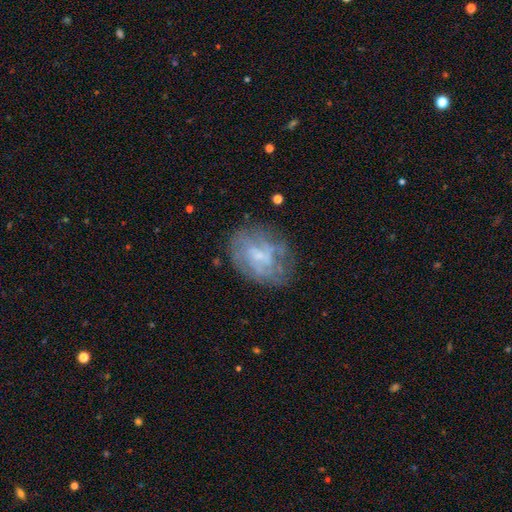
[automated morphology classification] This appears to be a featured or disk galaxy (50%). Merging: none (72%).